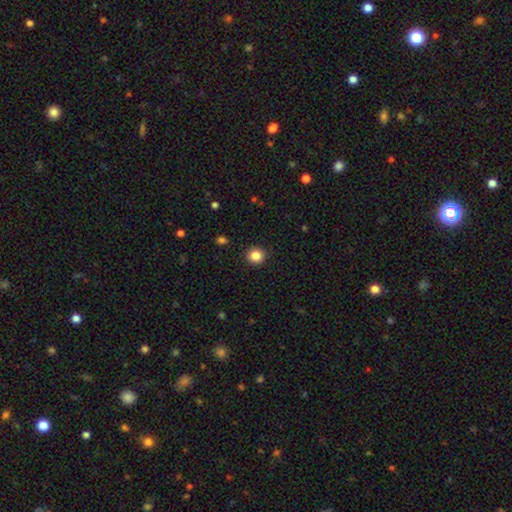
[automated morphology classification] A smooth galaxy with no disk features (85%) that is round (89%). Merging: none (92%).